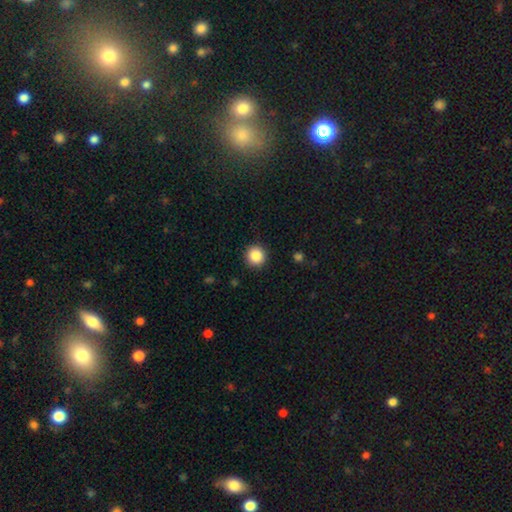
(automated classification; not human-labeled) Smooth or featured? Predicted: smooth (p=0.87). How rounded? Predicted: round (p=0.95). Merging? Predicted: none (p=0.91).